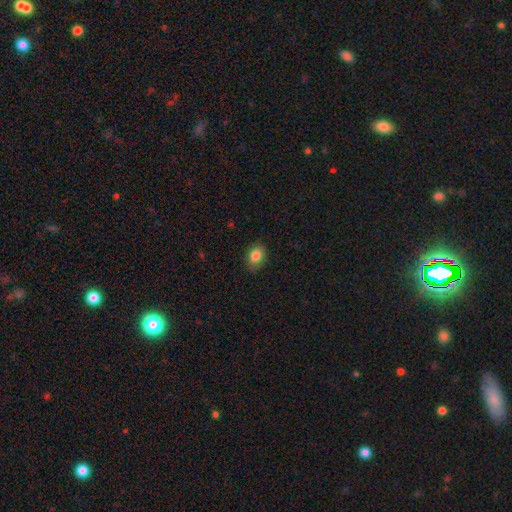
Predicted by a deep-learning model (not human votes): Smooth or featured: smooth — 84% (star or artifact — 9%)
How rounded: in between — 64% (round — 35%)
Merging: none — 81% (minor disturbance — 15%)